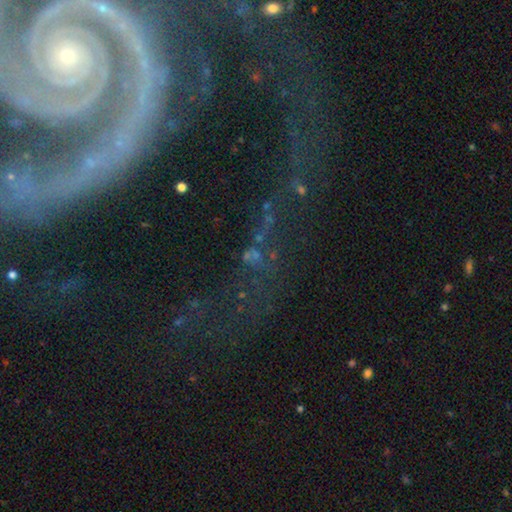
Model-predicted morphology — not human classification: star or artifact 51%, featured or disk 26%, smooth 23%.